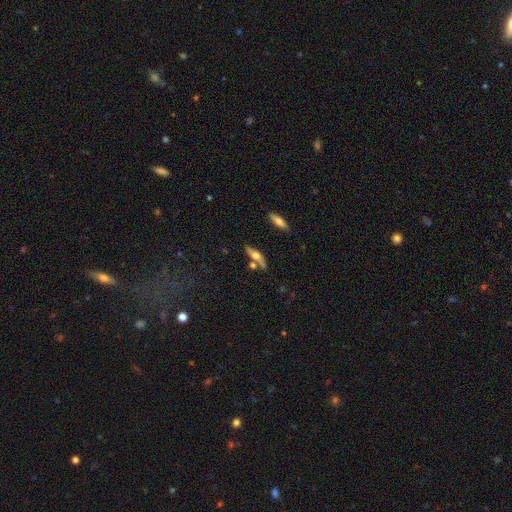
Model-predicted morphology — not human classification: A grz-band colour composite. It shows a featured or disk galaxy (52%) viewed edge-on (78%). Merging: none (64%).